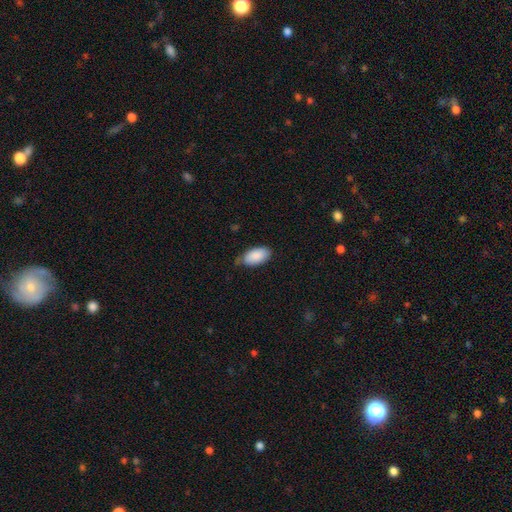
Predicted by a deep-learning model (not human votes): This appears to be a smooth galaxy with no disk features (88%) that is in between round and cigar-shaped (95%). Merging: none (65%).